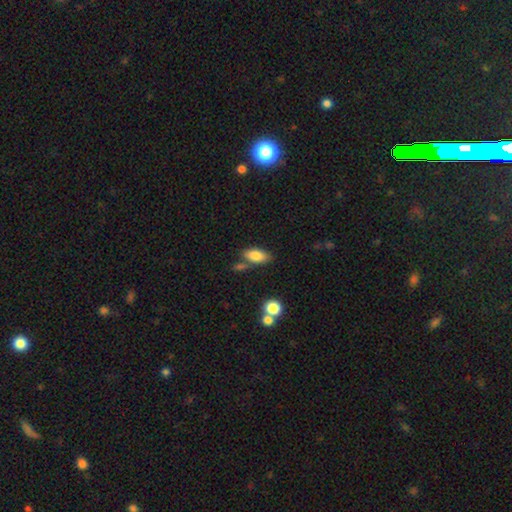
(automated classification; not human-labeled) A smooth galaxy with no disk features (80%) that is in between round and cigar-shaped (87%).

Vote fractions:
- Smooth or featured? smooth: 80% / featured or disk: 12% / star or artifact: 8%
- How rounded? in between: 87% / cigar-shaped: 9% / round: 4%
- Merging? none: 64% / minor disturbance: 16% / merger: 15% / major disturbance: 5%